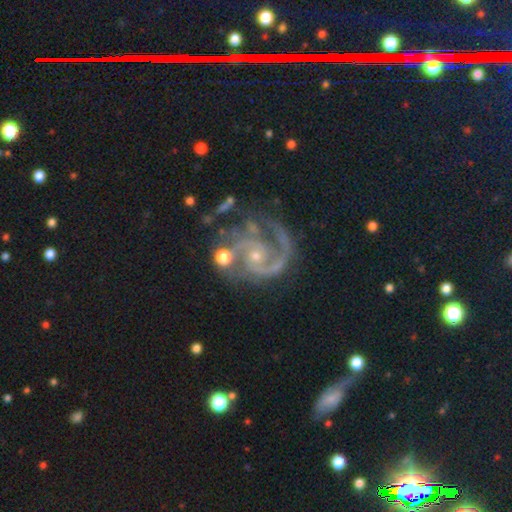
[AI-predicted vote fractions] Smooth or featured: featured or disk — 91% (star or artifact — 5%)
Edge-on disk: no — 98% (yes — 2%)
Bar: no — 66% (weak — 26%)
Spiral arms: yes — 98% (no — 2%)
Spiral winding: medium — 52% (tight — 40%)
Spiral arm count: 2 — 68% (3 — 16%)
Bulge size: small — 68% (moderate — 27%)
Merging: none — 56% (minor disturbance — 21%)